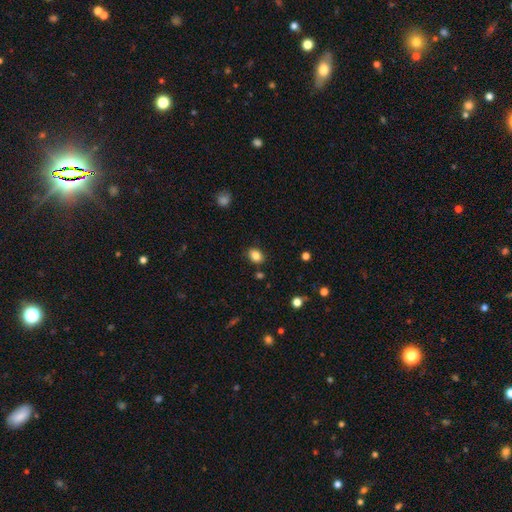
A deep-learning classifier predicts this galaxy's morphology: smooth_or_featured: smooth (p=0.85) [alt: star or artifact p=0.10]
how_rounded: in between (p=0.61) [alt: round p=0.38]
merging: none (p=0.85) [alt: minor disturbance p=0.10]